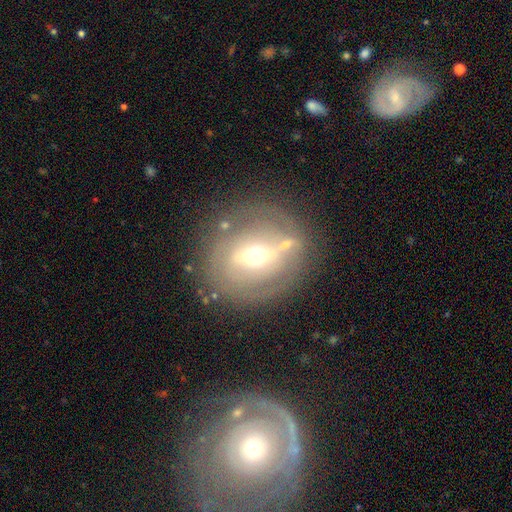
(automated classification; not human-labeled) featured or disk 63%, smooth 28%, star or artifact 9%. Down the decision tree: edge-on disk — no (85%); bar — strong (46%); spiral arms — no (68%); bulge size — moderate (67%); merging — none (74%).